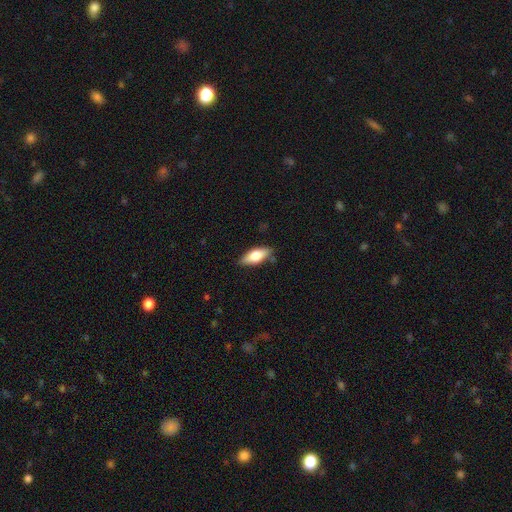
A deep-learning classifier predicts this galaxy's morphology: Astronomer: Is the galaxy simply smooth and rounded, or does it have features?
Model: smooth — 70%.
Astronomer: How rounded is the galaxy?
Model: in between — 78%.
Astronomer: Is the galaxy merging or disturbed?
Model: none — 80%.